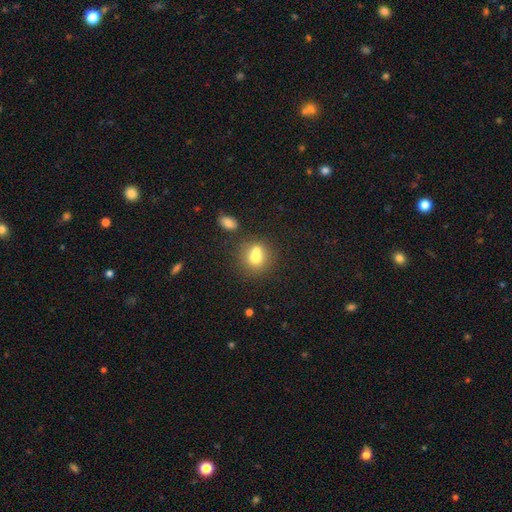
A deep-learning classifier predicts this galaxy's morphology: smooth-or-featured: smooth: 69% | featured or disk: 19% | star or artifact: 11%
  how-rounded: round: 77% | in between: 22% | cigar-shaped: 1%
  merging: merger: 47% | none: 40% | minor disturbance: 9% | major disturbance: 4%